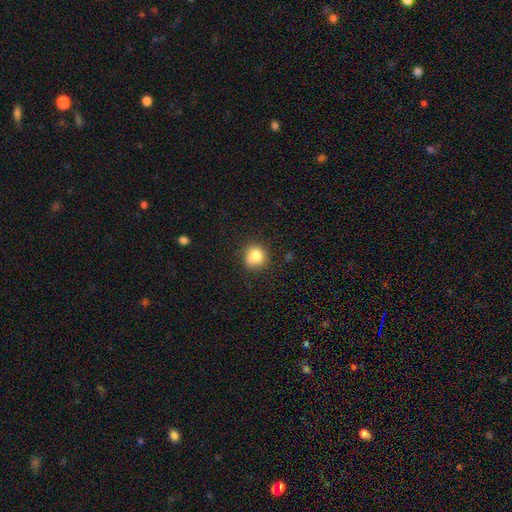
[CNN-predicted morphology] type=smooth (82%); roundness=round (84%); merging=none (72%).